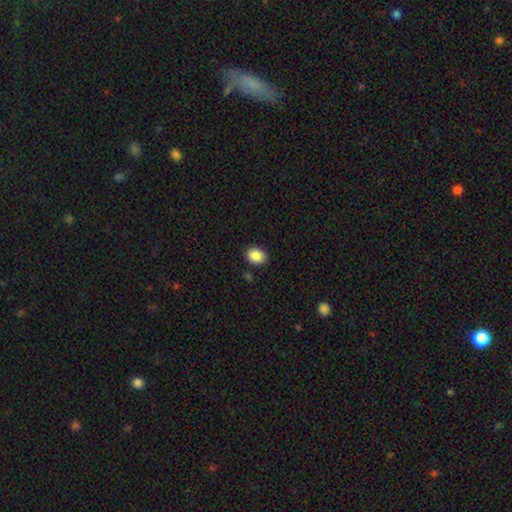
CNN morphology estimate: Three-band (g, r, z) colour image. It shows a smooth galaxy with no disk features (88%) that is in between round and cigar-shaped (65%). Merging: none (88%).